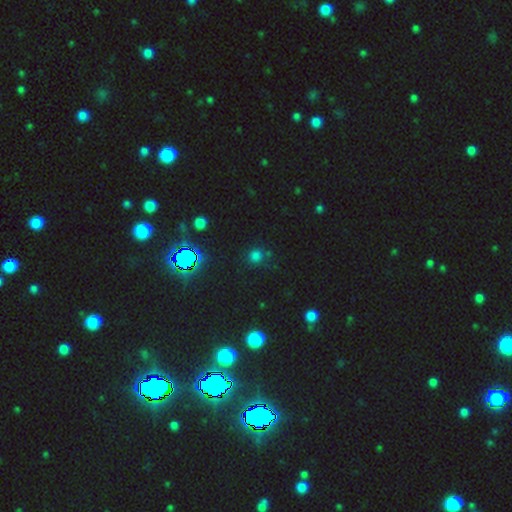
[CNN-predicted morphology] This is possibly a smooth galaxy (56%). How rounded: clearly round (90%). Merging: clearly none (81%).